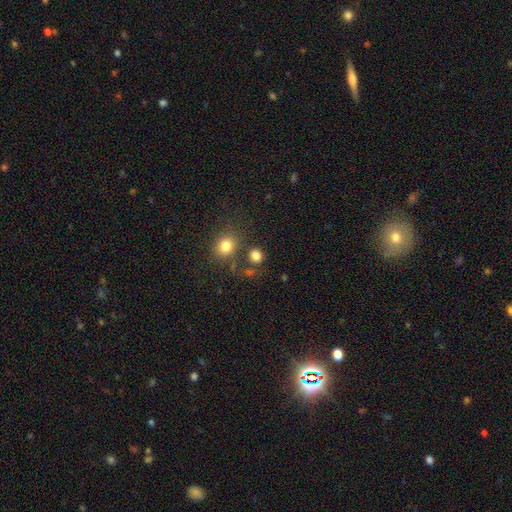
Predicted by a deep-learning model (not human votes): Smooth or featured? smooth (81%)
How rounded? round (76%)
Merging? none (74%)